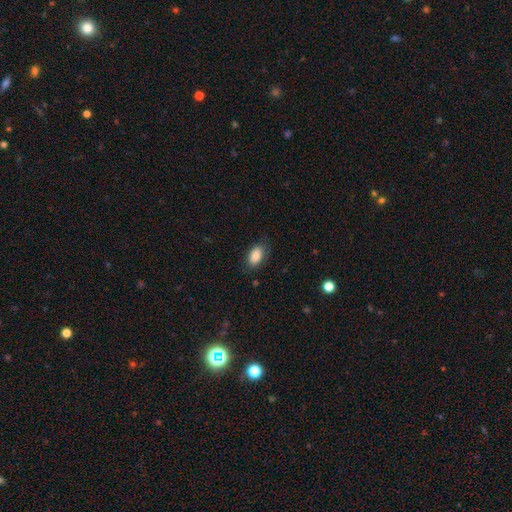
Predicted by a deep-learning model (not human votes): Smooth or featured? smooth (86%)
How rounded? in between (92%)
Merging? none (79%)